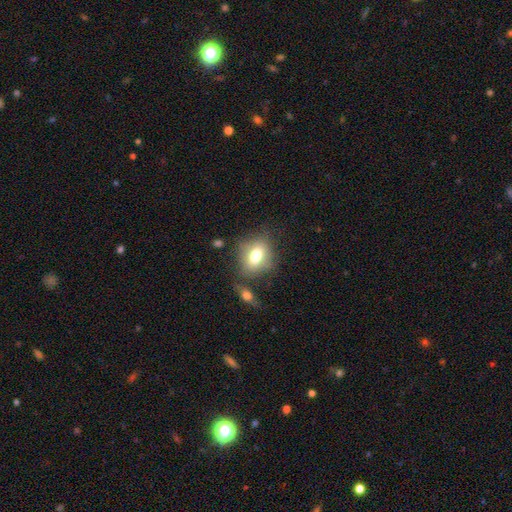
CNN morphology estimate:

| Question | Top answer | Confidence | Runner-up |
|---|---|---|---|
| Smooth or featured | smooth | 72% | featured or disk (18%) |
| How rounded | in between | 63% | round (35%) |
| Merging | none | 69% | minor disturbance (16%) |